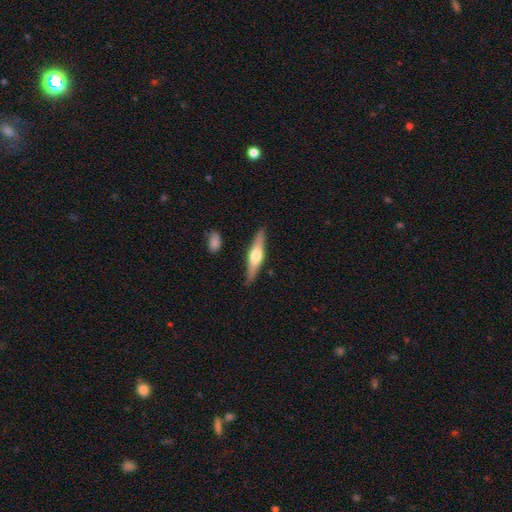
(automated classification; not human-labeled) smooth-or-featured: featured or disk: 61% | smooth: 33% | star or artifact: 5%
  disk-edge-on: yes: 95% | no: 5%
    edge-on-bulge: rounded: 87% | boxy: 9% | none: 3%
  merging: none: 87% | minor disturbance: 9% | major disturbance: 2% | merger: 2%